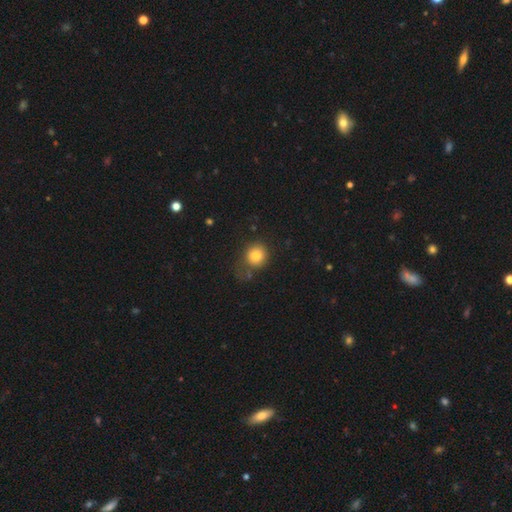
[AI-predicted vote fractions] A smooth galaxy with no disk features (81%) that is round (85%). Merging: none (63%).